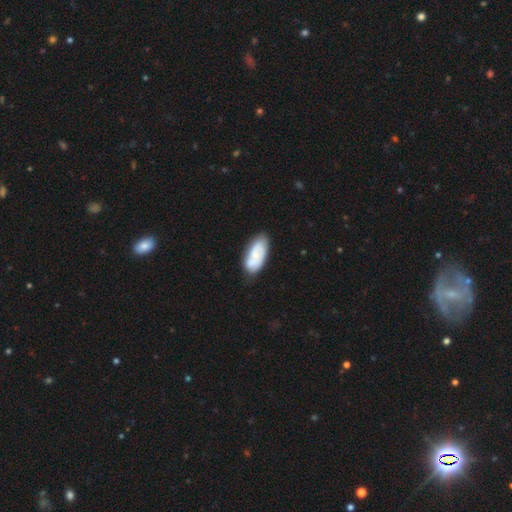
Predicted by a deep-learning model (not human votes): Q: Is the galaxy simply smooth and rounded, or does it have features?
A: smooth — 59%.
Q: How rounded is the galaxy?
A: in between — 91%.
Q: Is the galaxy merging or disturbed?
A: none — 71%.